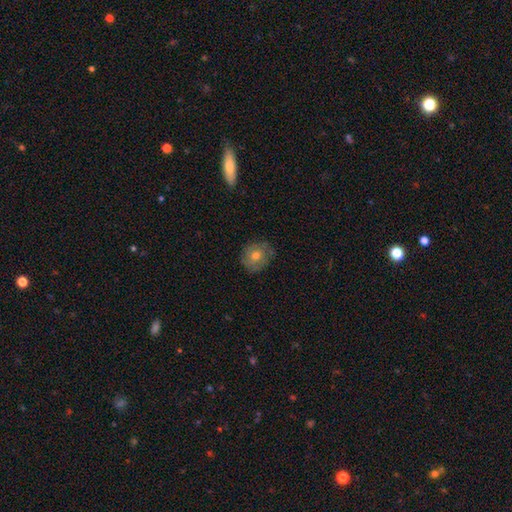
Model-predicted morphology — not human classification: Smooth or featured? smooth (60%)
How rounded? round (81%)
Merging? none (77%)